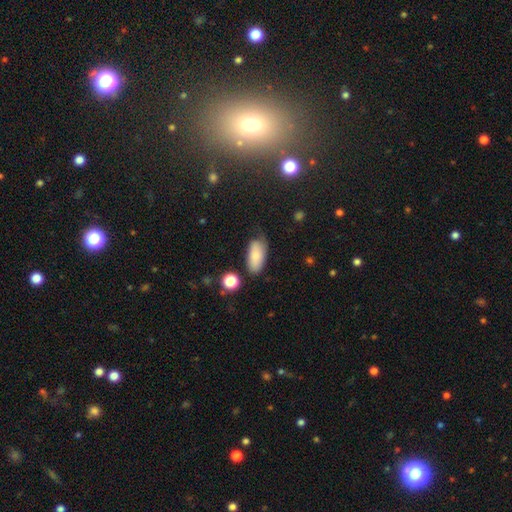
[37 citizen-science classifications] Q: Smooth or featured?
A: smooth (78%); runner-up: featured or disk (16%)
Q: How rounded?
A: in between (83%); runner-up: cigar-shaped (14%)
Q: Merging?
A: none (43%); tied with: minor disturbance (43%)